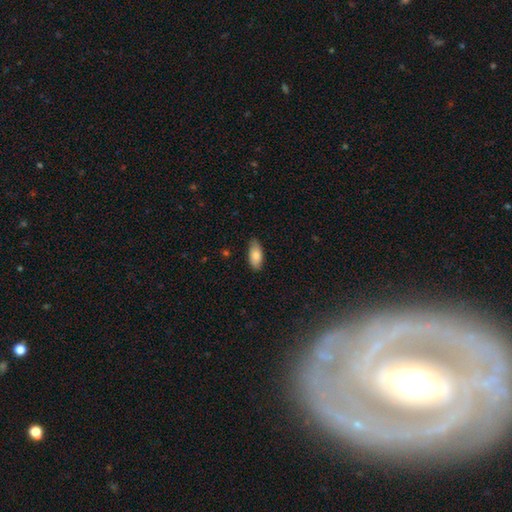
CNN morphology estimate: type=smooth (82%); roundness=in between (88%); merging=none (81%).